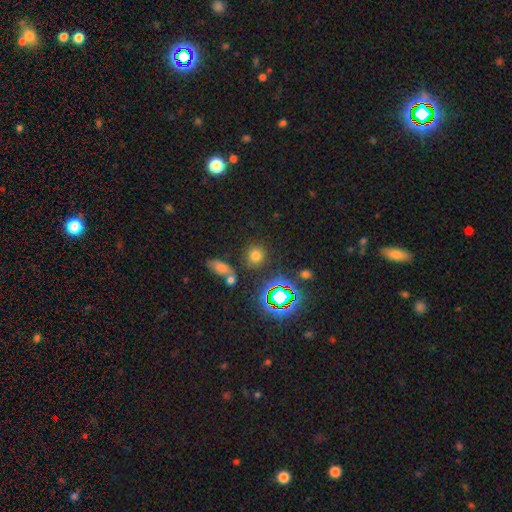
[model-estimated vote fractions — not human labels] Q: Smooth or featured?
A: smooth (66%); runner-up: star or artifact (26%)
Q: How rounded?
A: round (82%); runner-up: in between (16%)
Q: Merging?
A: none (80%); runner-up: minor disturbance (9%)